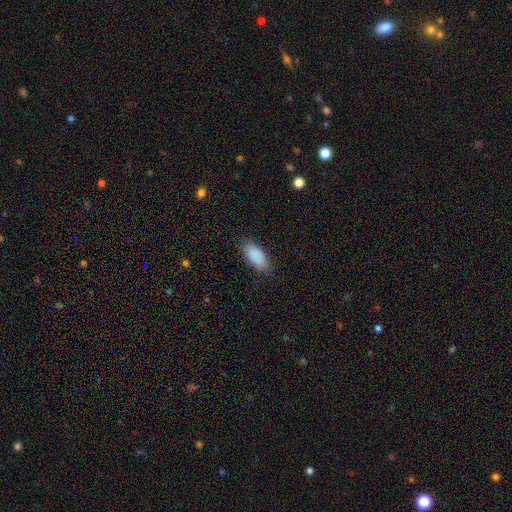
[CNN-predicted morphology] Smooth or featured? Predicted: smooth (p=0.89). How rounded? Predicted: in between (p=0.93). Merging? Predicted: none (p=0.83).